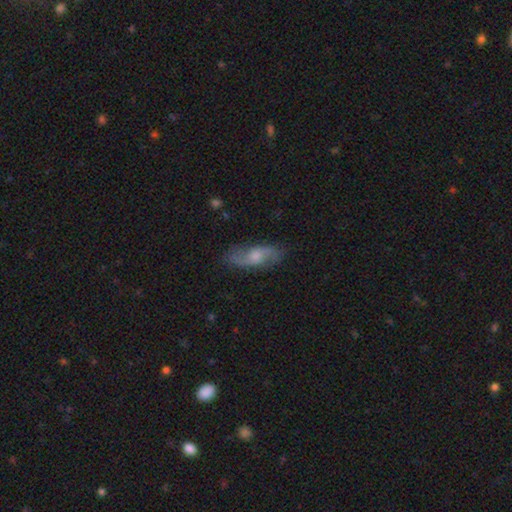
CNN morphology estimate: smooth_or_featured: featured or disk (p=0.64) [alt: smooth p=0.28]
disk_edge_on: no (p=0.84) [alt: yes p=0.16]
bar: no (p=0.58) [alt: weak p=0.35]
has_spiral_arms: yes (p=0.90) [alt: no p=0.10]
bulge_size: moderate (p=0.54) [alt: small p=0.27]
merging: none (p=0.81) [alt: minor disturbance p=0.14]